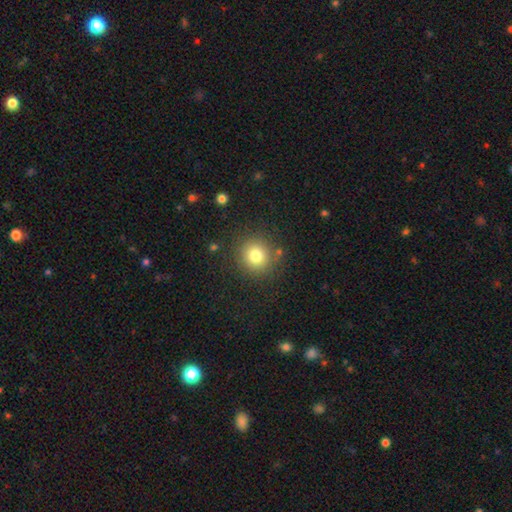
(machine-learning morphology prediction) Smooth or featured?
  - smooth: 79% *
  - star or artifact: 13%
  - featured or disk: 8%
How rounded?
  - round: 91% *
  - in between: 8%
  - cigar-shaped: 1%
Merging?
  - none: 85% *
  - minor disturbance: 9%
  - major disturbance: 3%
  - merger: 3%